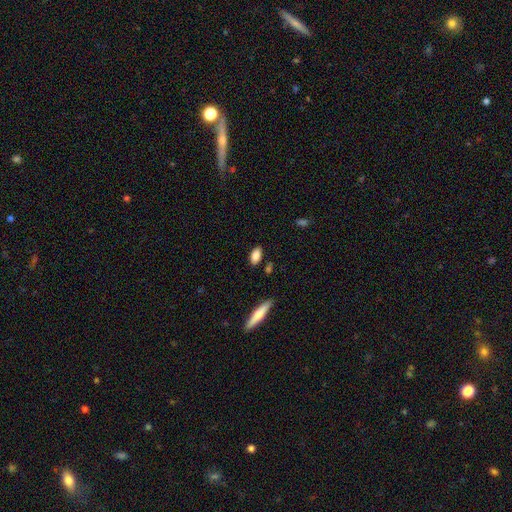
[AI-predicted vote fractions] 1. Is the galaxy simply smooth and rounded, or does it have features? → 84% smooth, 9% featured or disk, 7% star or artifact.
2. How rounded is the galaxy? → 87% in between, 9% cigar-shaped, 4% round.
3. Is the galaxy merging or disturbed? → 84% none, 11% minor disturbance, 3% merger, 3% major disturbance.